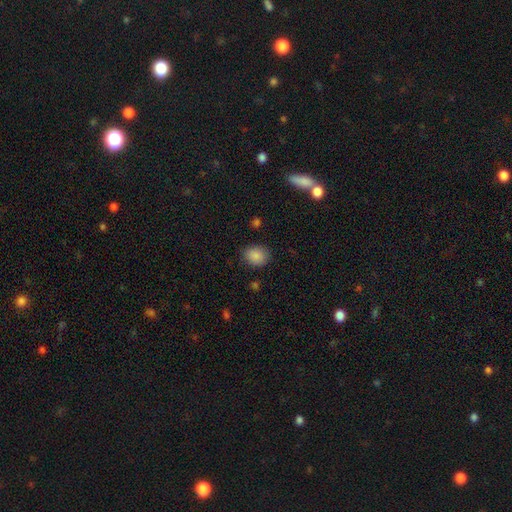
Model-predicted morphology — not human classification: Q: Smooth or featured?
A: smooth (87%); runner-up: star or artifact (9%)
Q: How rounded?
A: round (55%); runner-up: in between (44%)
Q: Merging?
A: none (82%); runner-up: minor disturbance (13%)